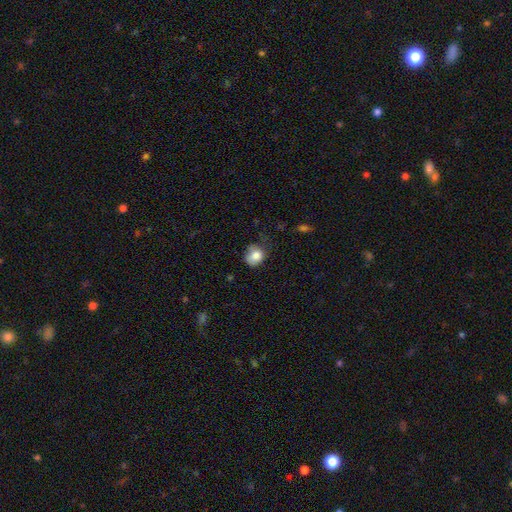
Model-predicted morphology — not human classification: Smooth or featured? smooth (80%)
How rounded? round (62%)
Merging? none (48%)